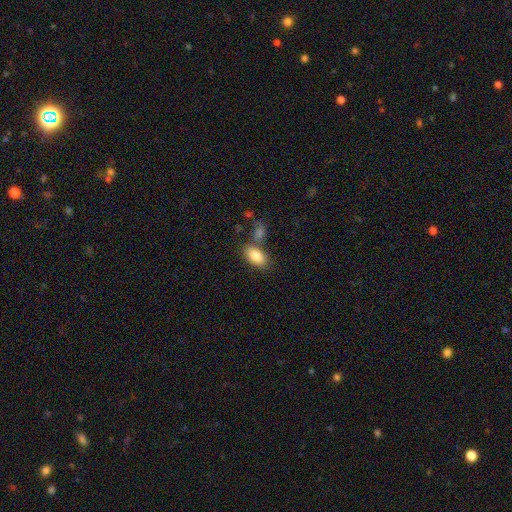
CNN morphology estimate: A smooth galaxy with no disk features (84%) that is in between round and cigar-shaped (91%).

Vote fractions:
- Smooth or featured? smooth: 84% / featured or disk: 9% / star or artifact: 7%
- How rounded? in between: 91% / round: 6% / cigar-shaped: 3%
- Merging? none: 63% / merger: 19% / minor disturbance: 14% / major disturbance: 4%